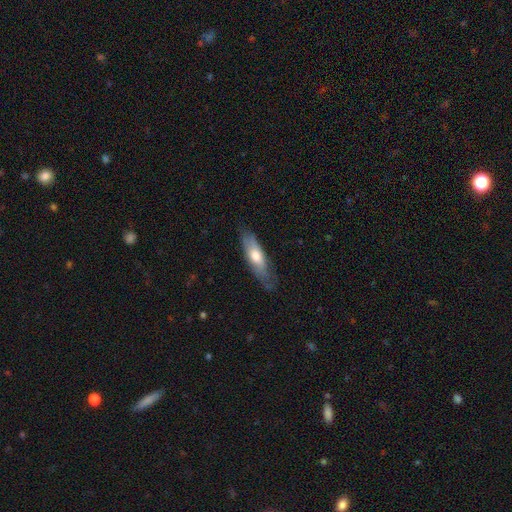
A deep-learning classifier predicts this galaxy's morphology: This appears to be a smooth galaxy with no disk features (57%) that is cigar-shaped (55%). Merging: none (69%).